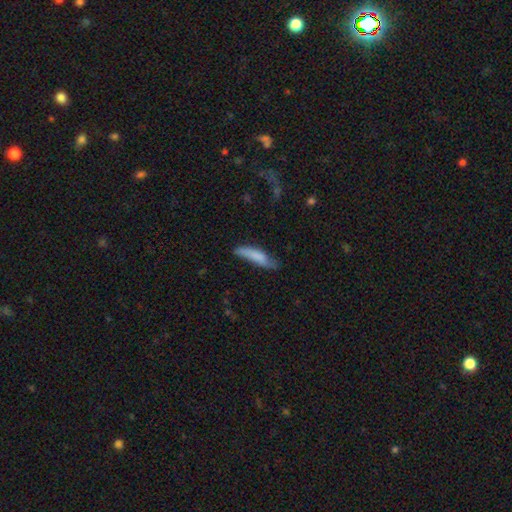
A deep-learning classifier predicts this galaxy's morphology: smooth_or_featured: smooth (p=0.77) [alt: featured or disk p=0.17]
how_rounded: cigar-shaped (p=0.78) [alt: in between p=0.21]
merging: none (p=0.59) [alt: minor disturbance p=0.30]